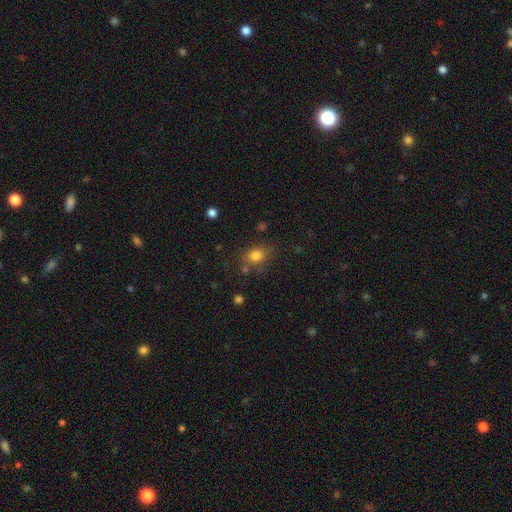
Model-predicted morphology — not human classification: type=smooth (80%); roundness=in between (54%); merging=none (71%).